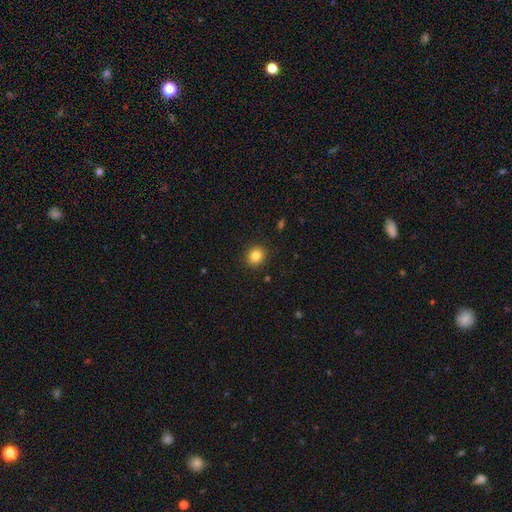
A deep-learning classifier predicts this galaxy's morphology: The model was most divided on "how rounded": round: 81%, in between: 18%, cigar-shaped: 1%. More confident: merging — none (90%); smooth or featured — smooth (84%).